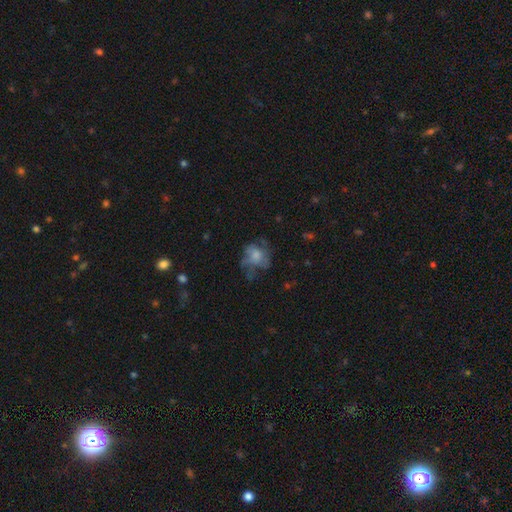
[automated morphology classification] type=smooth (49%); merging=none (39%).